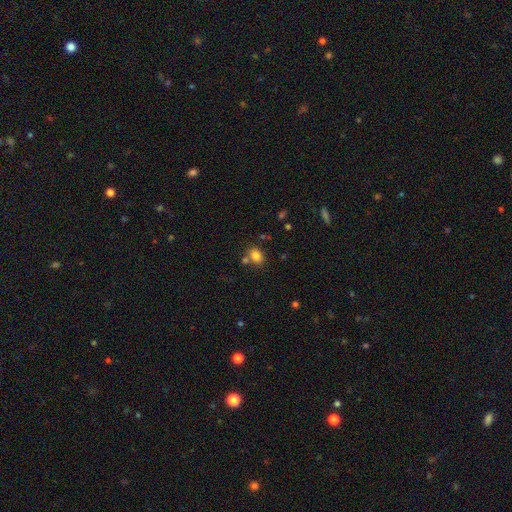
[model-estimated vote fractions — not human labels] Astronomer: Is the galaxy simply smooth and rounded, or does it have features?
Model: smooth — 81%.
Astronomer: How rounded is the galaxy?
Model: in between — 60% (runner-up: round, 39%).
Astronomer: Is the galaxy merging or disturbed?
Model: none — 68%.